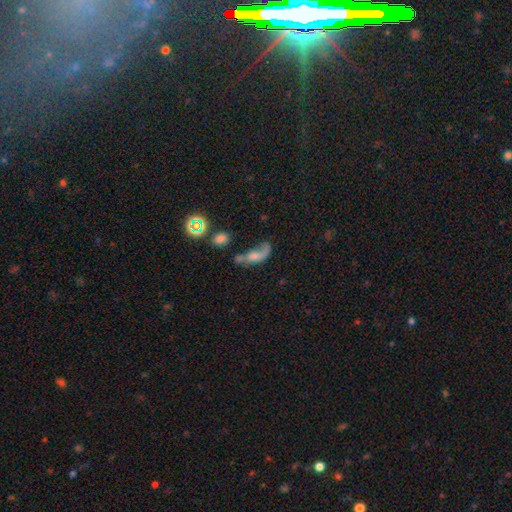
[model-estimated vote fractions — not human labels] The model was most divided on "smooth or featured" (2-way tie): smooth: 43%, featured or disk: 43%, star or artifact: 13%. Remaining: merging — major disturbance (32%).